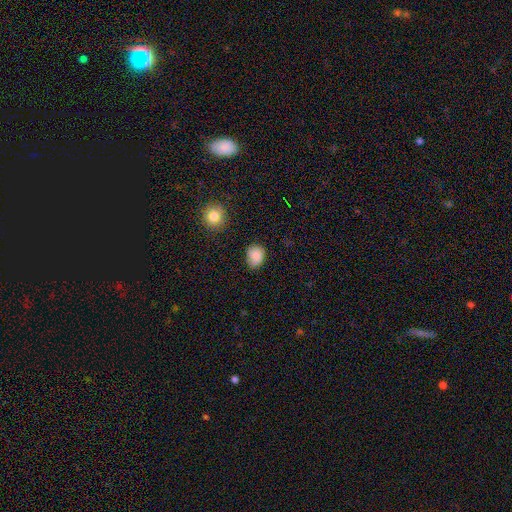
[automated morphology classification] smooth 86%, star or artifact 9%, featured or disk 5%. Down the decision tree: how rounded — round (56%); merging — none (70%).